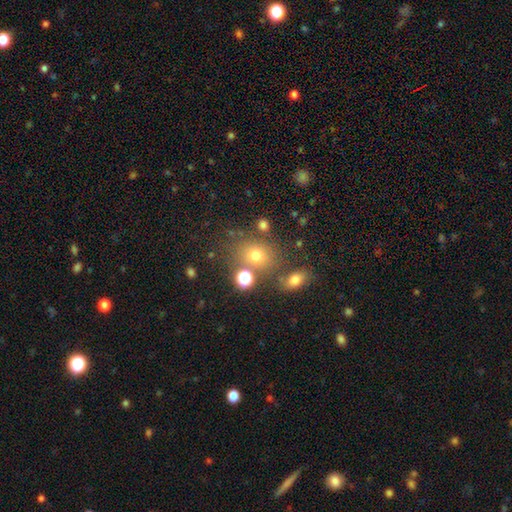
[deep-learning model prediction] A smooth galaxy with no disk features (69%) that is round (59%).

Vote fractions:
- Smooth or featured? smooth: 69% / star or artifact: 20% / featured or disk: 11%
- How rounded? round: 59% / in between: 40% / cigar-shaped: 1%
- Merging? none: 68% / merger: 13% / minor disturbance: 12% / major disturbance: 6%